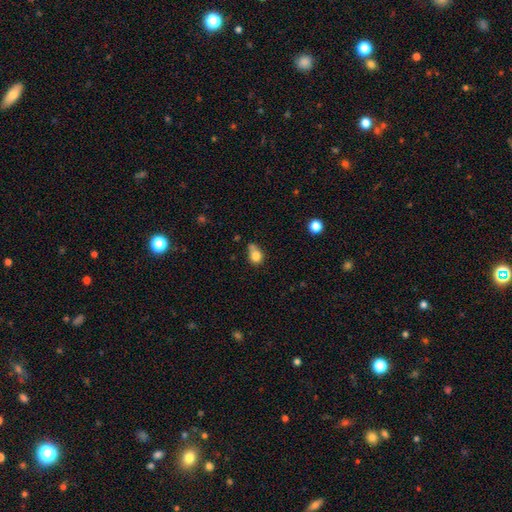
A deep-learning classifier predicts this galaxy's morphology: Smooth or featured?
  - smooth: 80% *
  - star or artifact: 11%
  - featured or disk: 10%
How rounded?
  - round: 53% *
  - in between: 45%
  - cigar-shaped: 2%
Merging?
  - none: 40% *
  - minor disturbance: 34%
  - major disturbance: 13%
  - merger: 13%